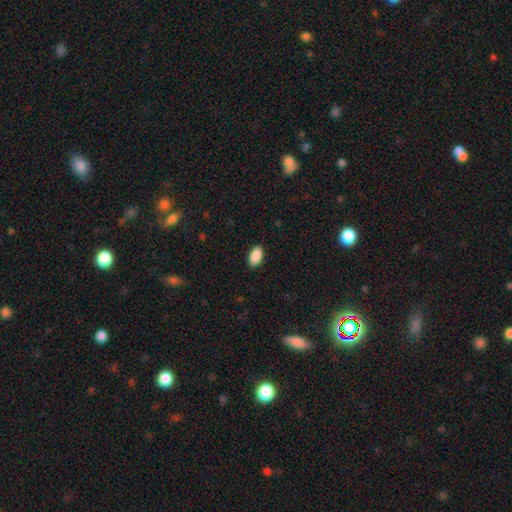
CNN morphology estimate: Overall: smooth (90%). How rounded: in between (94%). Merging: none (88%).